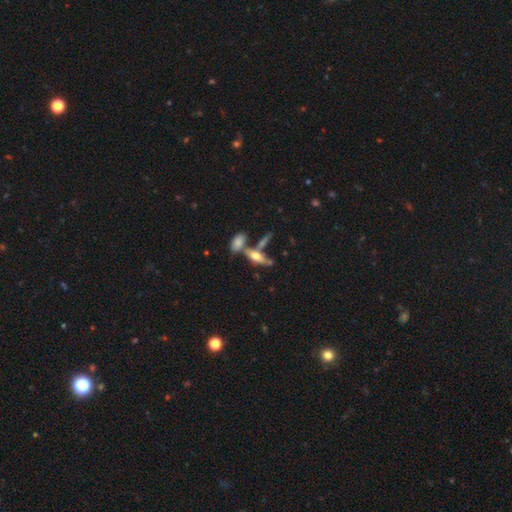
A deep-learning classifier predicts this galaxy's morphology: A featured or disk galaxy (49%). Merging: none (49%).